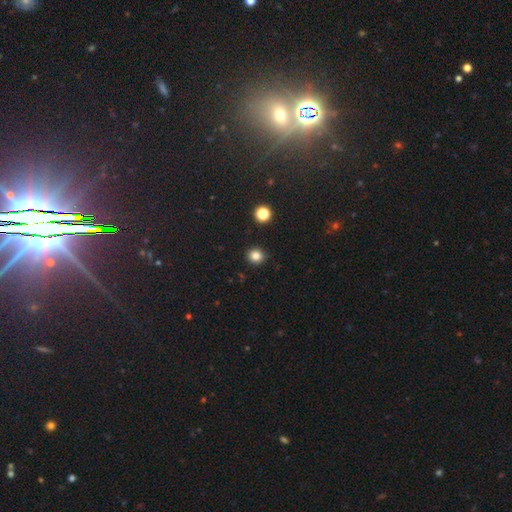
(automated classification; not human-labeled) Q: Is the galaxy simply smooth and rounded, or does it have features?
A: smooth — 83%.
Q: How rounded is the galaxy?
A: round — 89%.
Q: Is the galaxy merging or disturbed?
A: none — 91%.